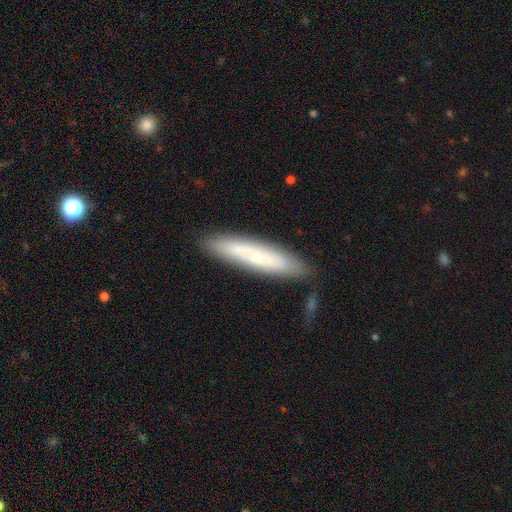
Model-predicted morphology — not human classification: Smooth or featured?
  - smooth: 53% *
  - featured or disk: 40%
  - star or artifact: 7%
How rounded?
  - cigar-shaped: 85% *
  - in between: 14%
  - round: 1%
Merging?
  - none: 81% *
  - minor disturbance: 13%
  - merger: 4%
  - major disturbance: 3%